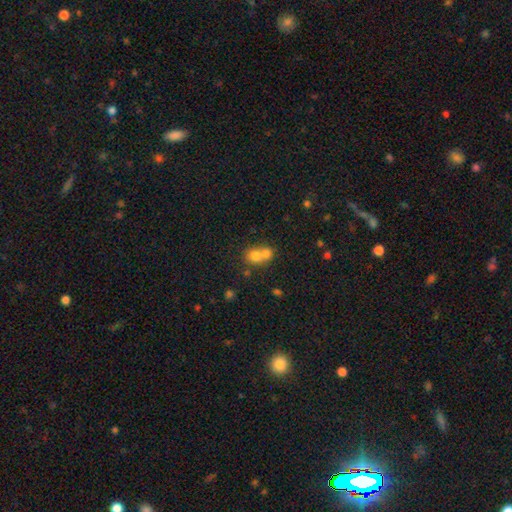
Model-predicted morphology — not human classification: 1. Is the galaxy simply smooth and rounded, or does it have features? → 73% smooth, 15% featured or disk, 11% star or artifact.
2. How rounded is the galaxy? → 76% round, 23% in between, 1% cigar-shaped.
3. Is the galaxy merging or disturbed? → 67% merger, 26% none, 5% minor disturbance, 2% major disturbance.